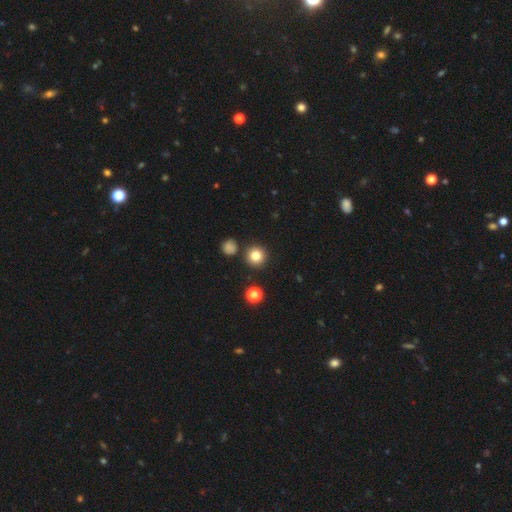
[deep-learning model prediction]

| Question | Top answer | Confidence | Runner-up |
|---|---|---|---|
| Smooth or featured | smooth | 81% | star or artifact (13%) |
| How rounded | round | 95% | in between (4%) |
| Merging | none | 88% | minor disturbance (6%) |